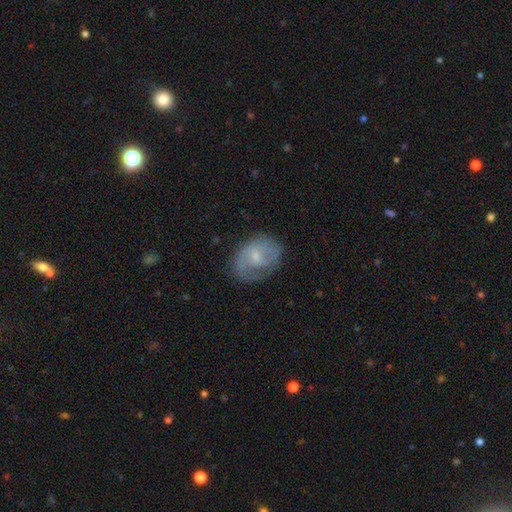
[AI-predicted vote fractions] The model was most divided on "bar": weak: 48%, no: 45%, strong: 7%. Remaining: edge-on disk — no (97%); spiral arms — yes (89%); smooth or featured — featured or disk (68%); merging — none (68%); bulge size — small (64%); spiral arm count — 2 (63%); spiral winding — medium (46%).